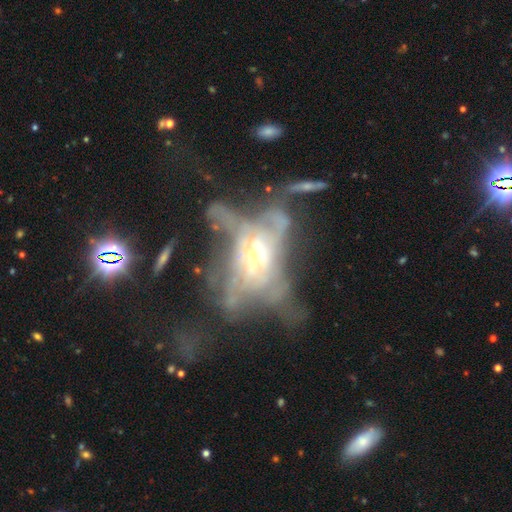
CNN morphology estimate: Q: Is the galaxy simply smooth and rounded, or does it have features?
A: featured or disk — 70%.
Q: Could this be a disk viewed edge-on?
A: no — 85%.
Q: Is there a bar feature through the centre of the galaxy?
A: no — 71%.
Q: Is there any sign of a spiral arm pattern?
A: no — 64%.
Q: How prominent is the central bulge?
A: moderate — 50%.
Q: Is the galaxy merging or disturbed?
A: major disturbance — 50%.